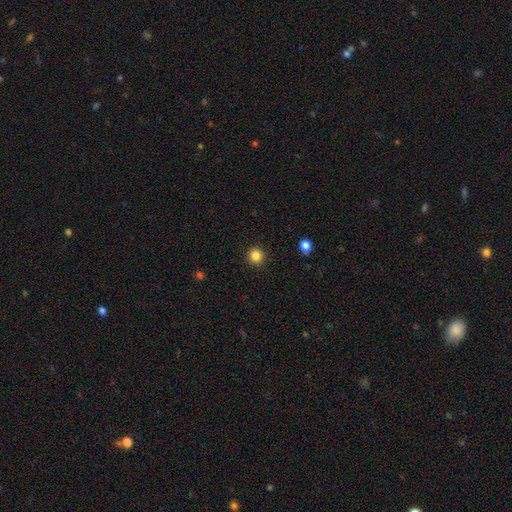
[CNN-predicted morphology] A smooth galaxy with no disk features (85%) that is round (91%). Merging: none (91%).